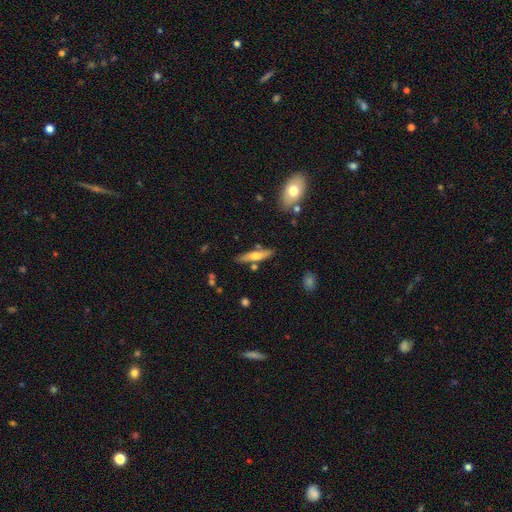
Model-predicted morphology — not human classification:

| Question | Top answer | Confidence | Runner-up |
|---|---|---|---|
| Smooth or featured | smooth | 54% | featured or disk (40%) |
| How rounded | cigar-shaped | 77% | in between (21%) |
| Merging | none | 77% | minor disturbance (13%) |